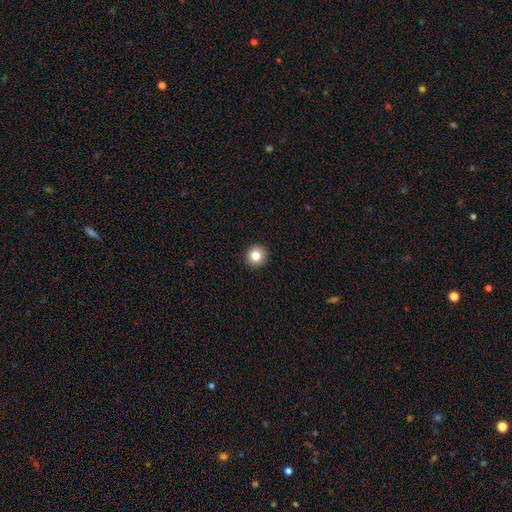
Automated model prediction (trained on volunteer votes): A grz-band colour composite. It shows a smooth galaxy with no disk features (82%) that is round (94%). Merging: none (93%).